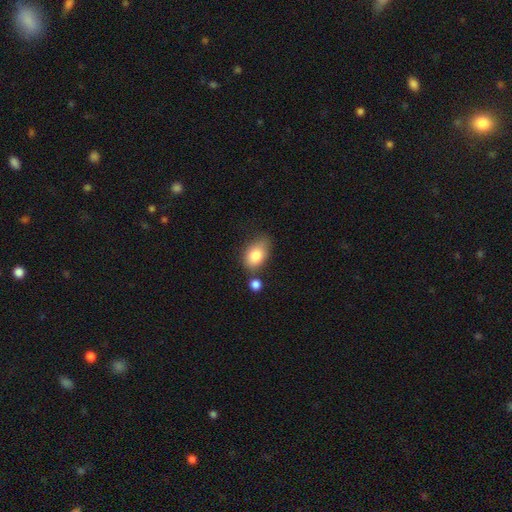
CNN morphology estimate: smooth_or_featured: smooth (p=0.82) [alt: featured or disk p=0.11]
how_rounded: in between (p=0.85) [alt: round p=0.14]
merging: none (p=0.59) [alt: minor disturbance p=0.21]